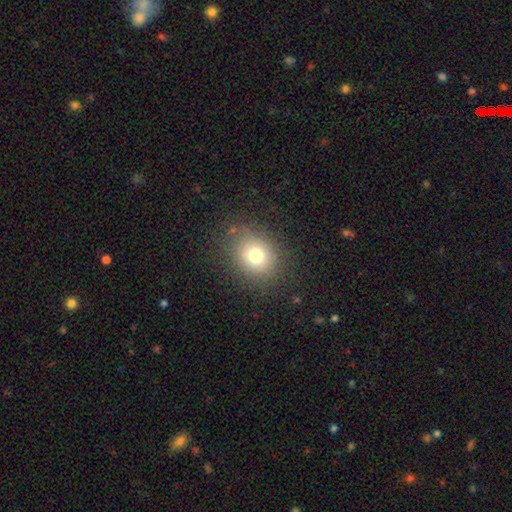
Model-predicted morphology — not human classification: smooth-or-featured: smooth: 75% | star or artifact: 14% | featured or disk: 11%
  how-rounded: round: 68% | in between: 32% | cigar-shaped: 1%
  merging: none: 81% | minor disturbance: 12% | major disturbance: 5% | merger: 2%